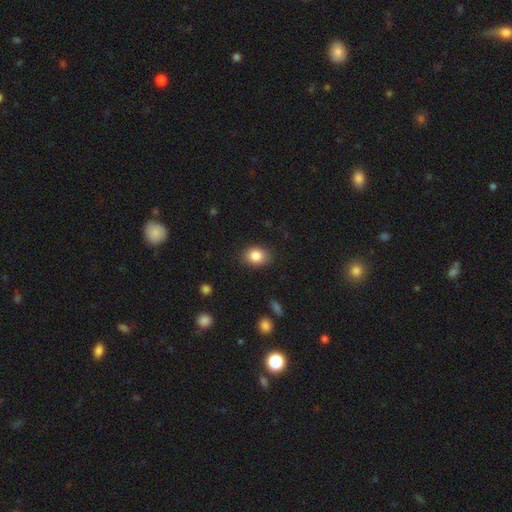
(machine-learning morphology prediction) smooth 85%, star or artifact 9%, featured or disk 7%. Down the decision tree: how rounded — in between (63%); merging — none (86%).